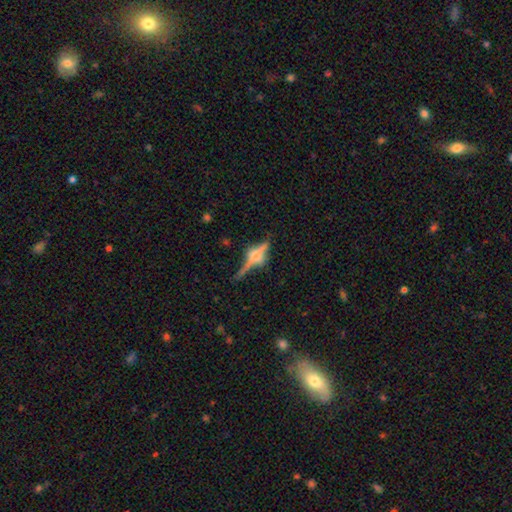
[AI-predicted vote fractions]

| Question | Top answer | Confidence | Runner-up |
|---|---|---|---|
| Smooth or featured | featured or disk | 68% | smooth (21%) |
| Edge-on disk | yes | 91% | no (9%) |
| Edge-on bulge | rounded | 89% | boxy (7%) |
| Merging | none | 68% | minor disturbance (16%) |